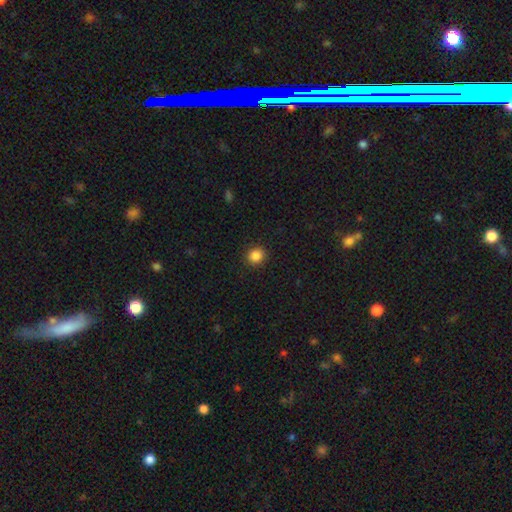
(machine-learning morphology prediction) Smooth or featured? smooth (86%)
How rounded? round (86%)
Merging? none (91%)